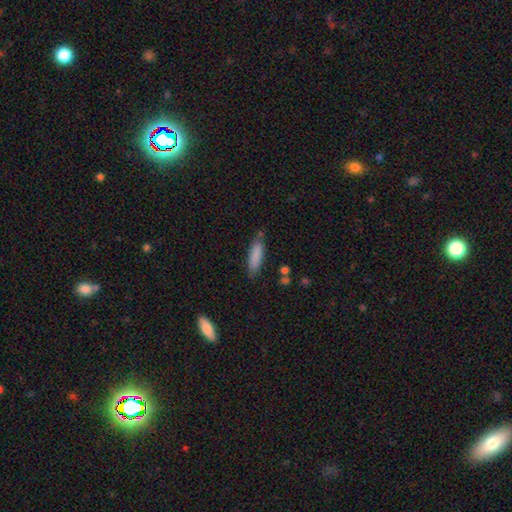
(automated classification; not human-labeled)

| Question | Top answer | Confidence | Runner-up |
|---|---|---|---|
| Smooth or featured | smooth | 85% | featured or disk (8%) |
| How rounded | cigar-shaped | 59% | in between (40%) |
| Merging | none | 75% | minor disturbance (17%) |